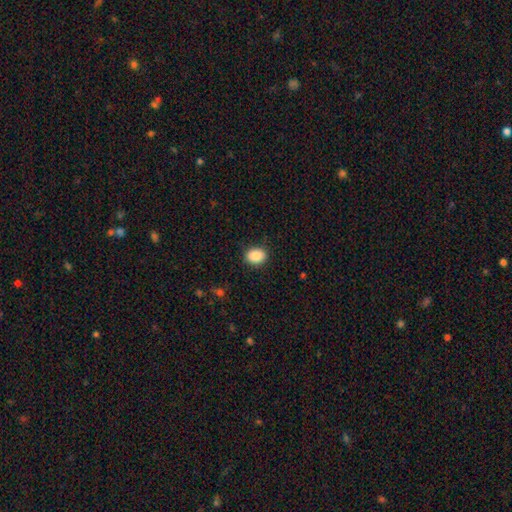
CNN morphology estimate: The model was most divided on "how rounded": in between: 62%, round: 37%, cigar-shaped: 1%. More confident: smooth or featured — smooth (88%); merging — none (87%).